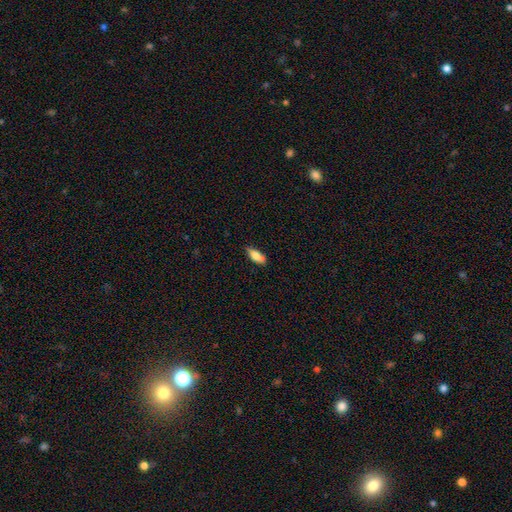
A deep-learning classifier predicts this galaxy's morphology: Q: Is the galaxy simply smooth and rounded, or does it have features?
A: smooth — 78%.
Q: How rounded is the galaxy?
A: in between — 72%.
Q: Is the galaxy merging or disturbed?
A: none — 79%.